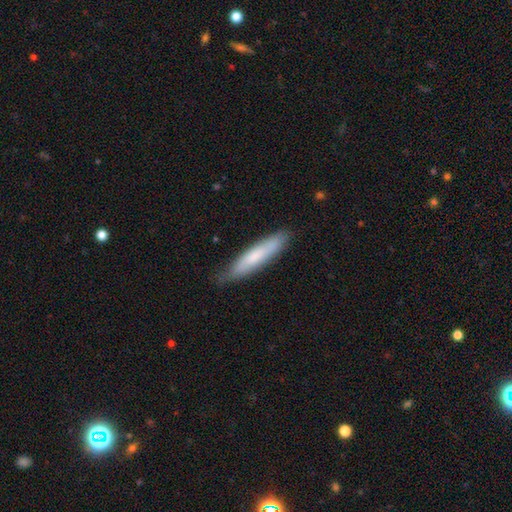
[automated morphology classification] type=smooth (70%); roundness=cigar-shaped (85%); merging=none (79%).